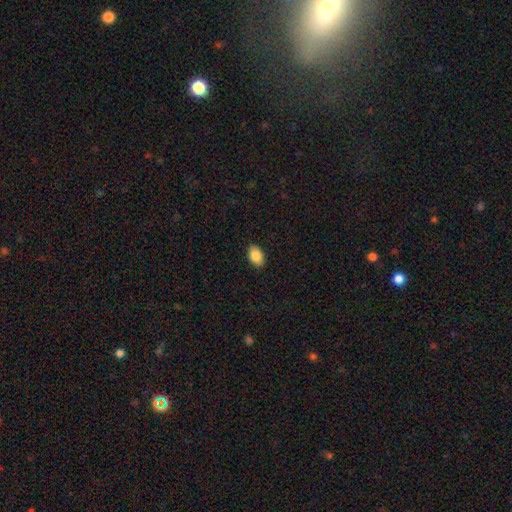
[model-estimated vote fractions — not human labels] Morphology: type=smooth (86%); roundness=in between (88%); merging=none (89%).